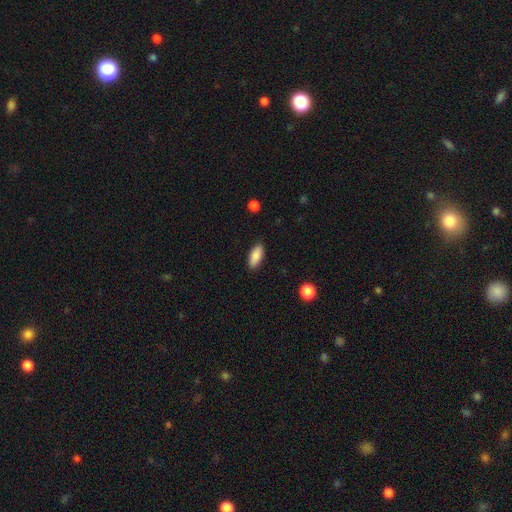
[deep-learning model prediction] smooth-or-featured: smooth: 88% | star or artifact: 6% | featured or disk: 6%
  how-rounded: in between: 84% | cigar-shaped: 14% | round: 2%
  merging: none: 88% | minor disturbance: 9% | major disturbance: 2% | merger: 1%